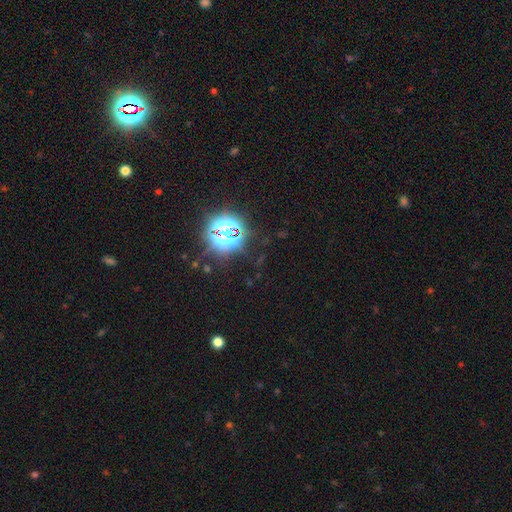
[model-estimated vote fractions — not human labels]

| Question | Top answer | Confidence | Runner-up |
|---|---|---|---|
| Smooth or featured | star or artifact | 83% | smooth (10%) |